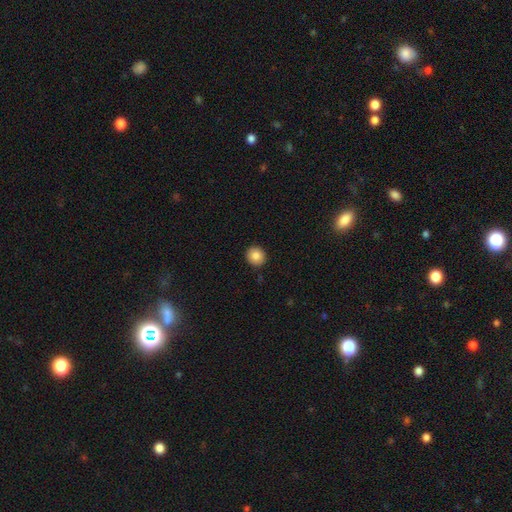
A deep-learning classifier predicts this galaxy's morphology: type=smooth (85%); roundness=round (87%); merging=none (91%).